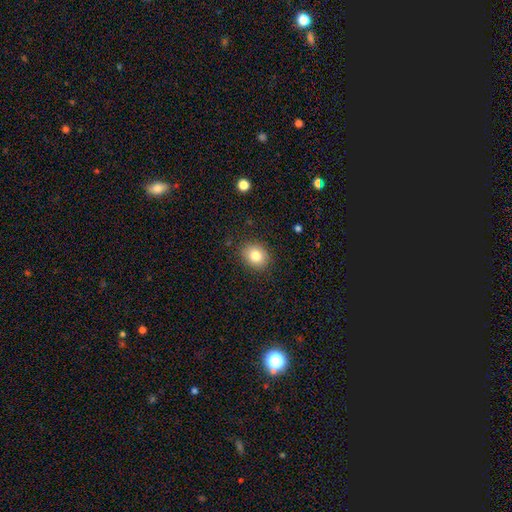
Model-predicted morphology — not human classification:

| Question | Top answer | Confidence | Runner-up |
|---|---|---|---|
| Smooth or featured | smooth | 81% | star or artifact (10%) |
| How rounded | round | 55% | in between (44%) |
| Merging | none | 87% | minor disturbance (9%) |